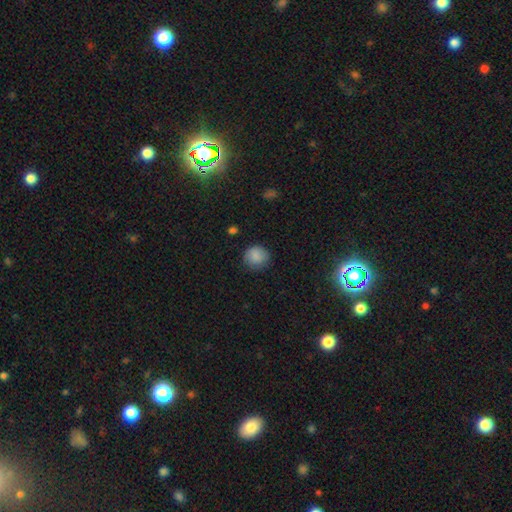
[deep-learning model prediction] Smooth or featured? smooth (85%)
How rounded? round (86%)
Merging? none (79%)